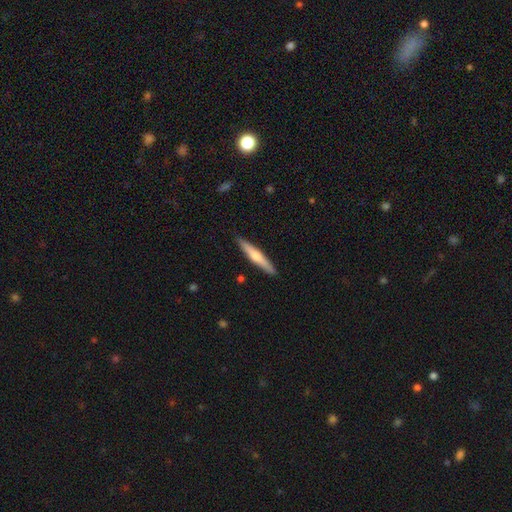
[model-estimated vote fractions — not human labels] Smooth or featured?
  - featured or disk: 52% *
  - smooth: 43%
  - star or artifact: 5%
Edge-on disk?
  - yes: 96% *
  - no: 4%
Merging?
  - none: 91% *
  - minor disturbance: 6%
  - major disturbance: 1%
  - merger: 1%